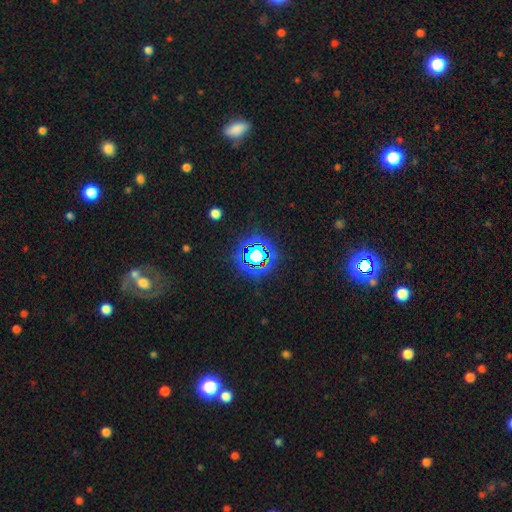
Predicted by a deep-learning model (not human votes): This appears to be a star or artifact, not a galaxy (70%).